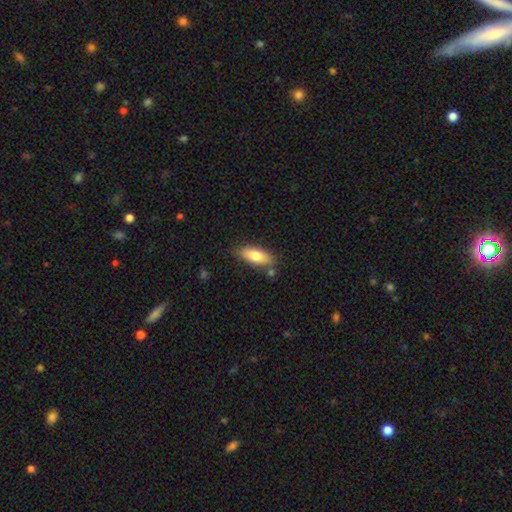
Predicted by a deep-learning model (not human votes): This appears to be a smooth galaxy with no disk features (76%) that is in between round and cigar-shaped (73%). Merging: none (77%).